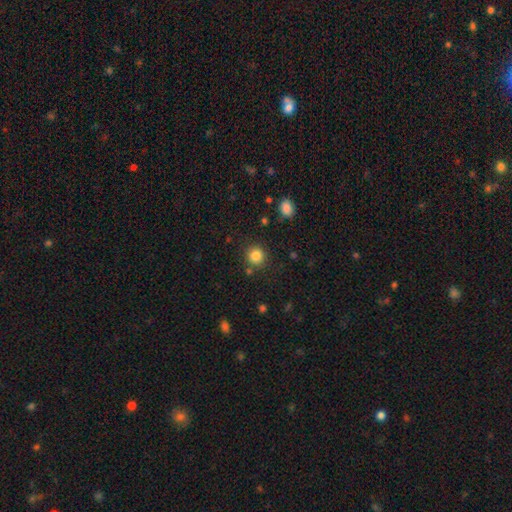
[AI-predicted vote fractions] smooth-or-featured: smooth: 84% | star or artifact: 11% | featured or disk: 5%
  how-rounded: round: 92% | in between: 7% | cigar-shaped: 1%
  merging: none: 85% | minor disturbance: 7% | merger: 4% | major disturbance: 3%